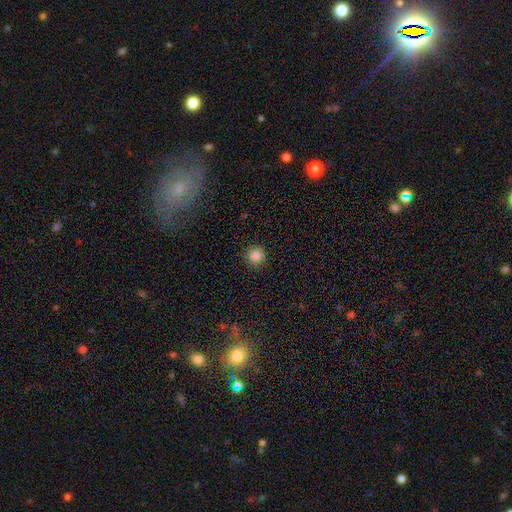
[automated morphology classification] Smooth or featured? Predicted: smooth (p=0.85). How rounded? Predicted: round (p=0.95). Merging? Predicted: none (p=0.90).